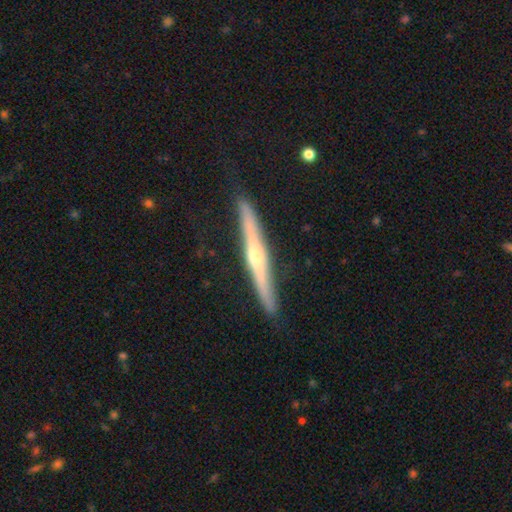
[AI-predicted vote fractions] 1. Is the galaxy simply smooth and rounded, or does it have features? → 72% featured or disk, 23% smooth, 5% star or artifact.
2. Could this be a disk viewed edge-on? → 97% yes, 3% no.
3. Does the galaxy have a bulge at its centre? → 78% rounded, 17% none, 5% boxy.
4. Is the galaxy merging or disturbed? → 87% none, 10% minor disturbance, 2% major disturbance, 1% merger.